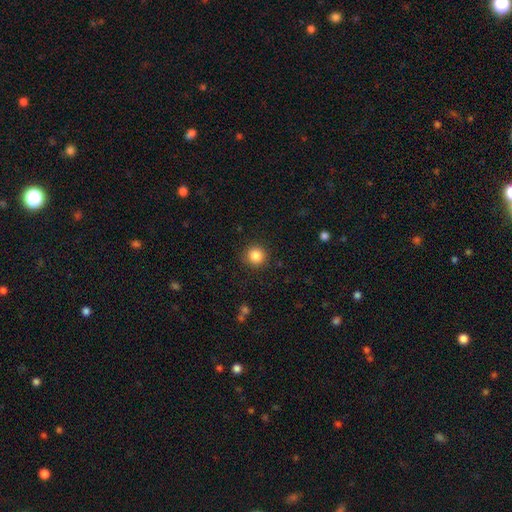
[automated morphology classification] smooth 86%, star or artifact 10%, featured or disk 4%. Down the decision tree: how rounded — round (94%); merging — none (90%).